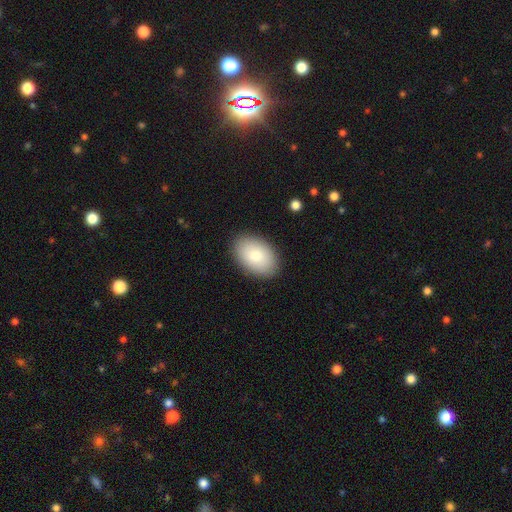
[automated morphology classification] This appears to be a smooth galaxy with no disk features (83%) that is in between round and cigar-shaped (91%). Merging: none (88%).